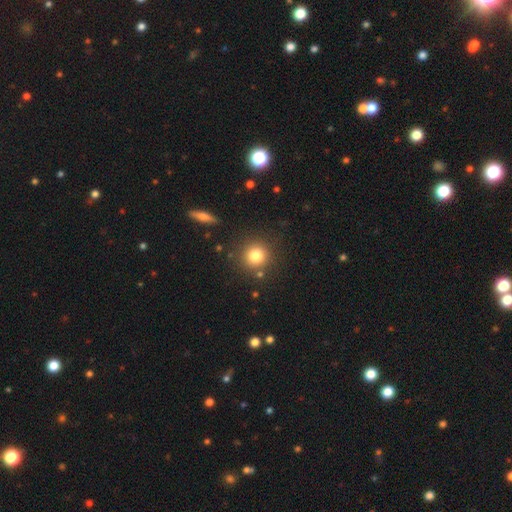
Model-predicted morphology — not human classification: Smooth or featured? Predicted: smooth (p=0.80). How rounded? Predicted: round (p=0.92). Merging? Predicted: none (p=0.84).